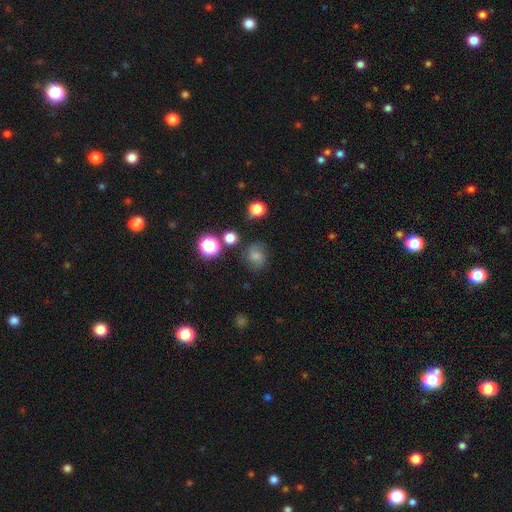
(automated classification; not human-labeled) smooth 58%, featured or disk 24%, star or artifact 18%. Down the decision tree: how rounded — round (75%); merging — none (67%).